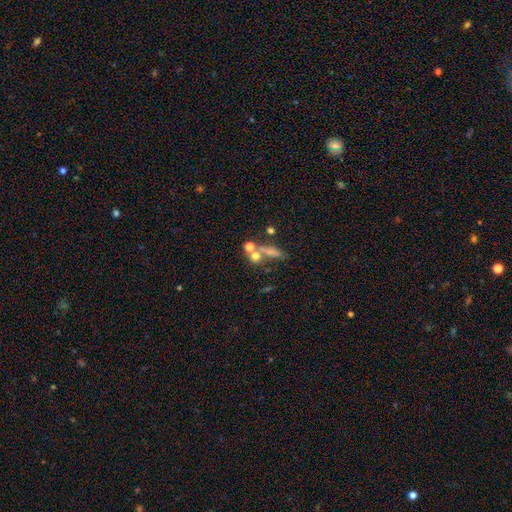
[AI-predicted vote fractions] Smooth or featured?
  - smooth: 59% *
  - featured or disk: 22%
  - star or artifact: 19%
How rounded?
  - round: 56% *
  - in between: 22%
  - cigar-shaped: 22%
Merging?
  - none: 45% *
  - merger: 38%
  - minor disturbance: 9%
  - major disturbance: 8%